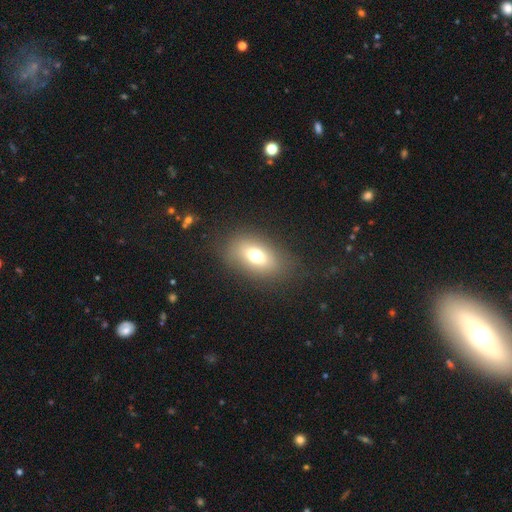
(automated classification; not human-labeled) This appears to be a smooth galaxy with no disk features (69%) that is in between round and cigar-shaped (81%). Merging: none (80%).